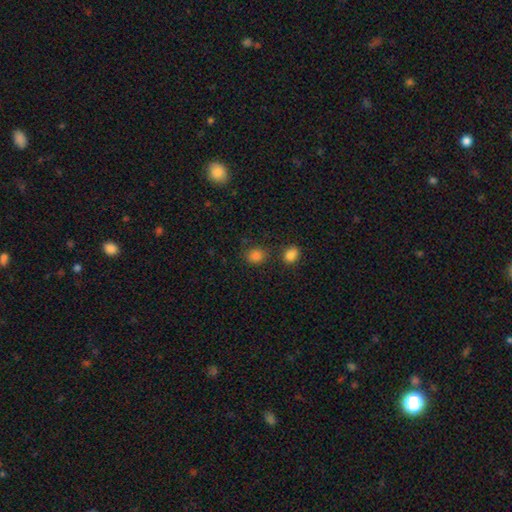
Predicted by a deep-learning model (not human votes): Morphology: type=smooth (83%); roundness=round (65%); merging=none (72%).